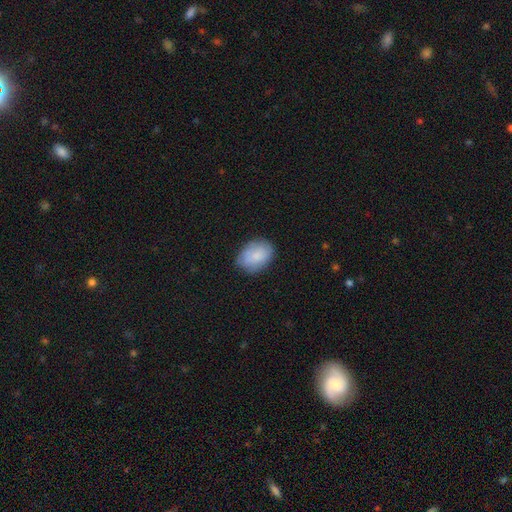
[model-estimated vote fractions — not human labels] smooth_or_featured: smooth (p=0.79) [alt: featured or disk p=0.14]
how_rounded: in between (p=0.73) [alt: round p=0.26]
merging: none (p=0.73) [alt: minor disturbance p=0.20]